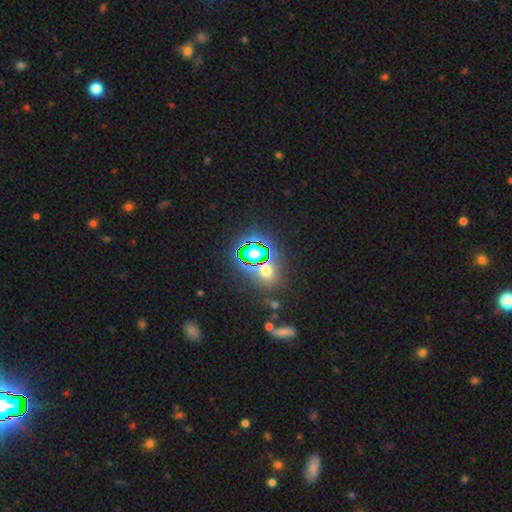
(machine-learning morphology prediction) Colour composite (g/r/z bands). It shows a star or artifact, not a galaxy (65%).